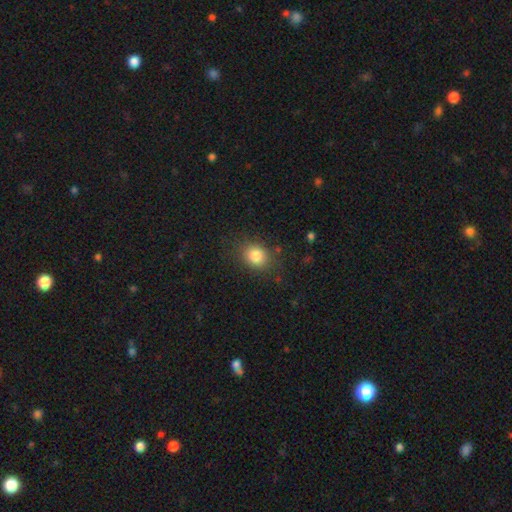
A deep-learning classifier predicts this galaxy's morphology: Smooth or featured: smooth — 84% (star or artifact — 10%)
How rounded: round — 56% (in between — 43%)
Merging: none — 81% (minor disturbance — 12%)